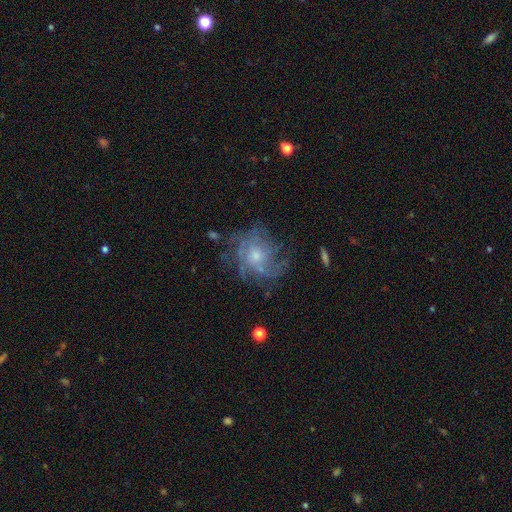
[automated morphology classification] smooth-or-featured: featured or disk: 74% | smooth: 16% | star or artifact: 10%
  disk-edge-on: no: 97% | yes: 3%
    bar: no: 78% | weak: 19% | strong: 3%
    has-spiral-arms: yes: 84% | no: 16%
      spiral-winding: tight: 43% | medium: 38% | loose: 19%
      spiral-arm-count: can't tell: 43% | 4: 16% | 3: 15% | 2: 11% | more than 4: 9% | 1: 6%
    bulge-size: small: 47% | moderate: 44% | none: 4% | large: 4% | dominant: 1%
  merging: none: 64% | minor disturbance: 19% | major disturbance: 15% | merger: 2%